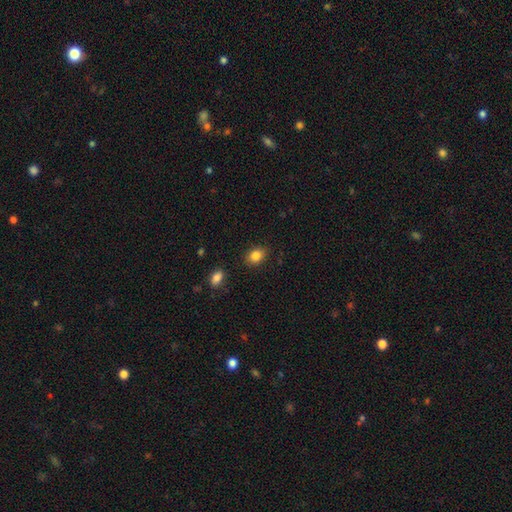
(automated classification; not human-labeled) Smooth or featured?
  - smooth: 85% *
  - star or artifact: 9%
  - featured or disk: 6%
How rounded?
  - in between: 68% *
  - round: 31%
  - cigar-shaped: 1%
Merging?
  - none: 86% *
  - minor disturbance: 10%
  - major disturbance: 2%
  - merger: 2%